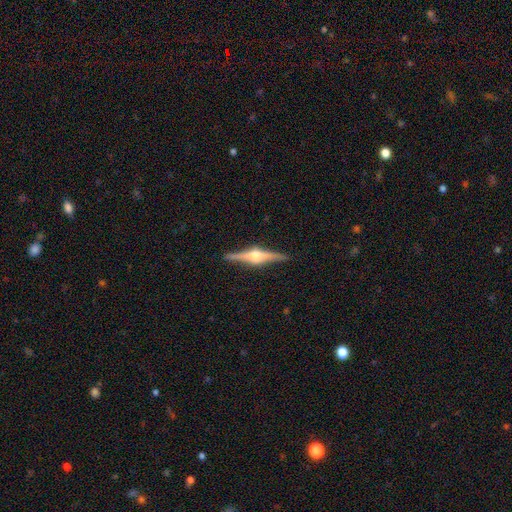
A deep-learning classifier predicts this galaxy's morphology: Smooth or featured?
  - featured or disk: 84% *
  - smooth: 11%
  - star or artifact: 5%
Edge-on disk?
  - yes: 98% *
  - no: 2%
Edge-on bulge?
  - rounded: 94% *
  - boxy: 5%
  - none: 2%
Merging?
  - none: 91% *
  - minor disturbance: 7%
  - major disturbance: 1%
  - merger: 1%